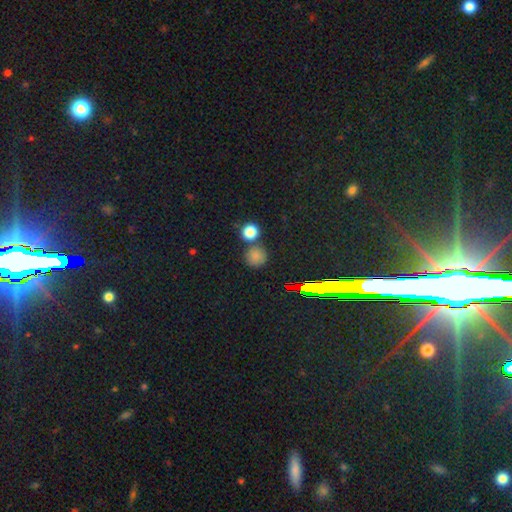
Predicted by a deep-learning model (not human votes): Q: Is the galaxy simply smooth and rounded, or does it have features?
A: smooth — 74%.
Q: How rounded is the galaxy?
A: round — 92%.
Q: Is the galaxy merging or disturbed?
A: none — 74%.